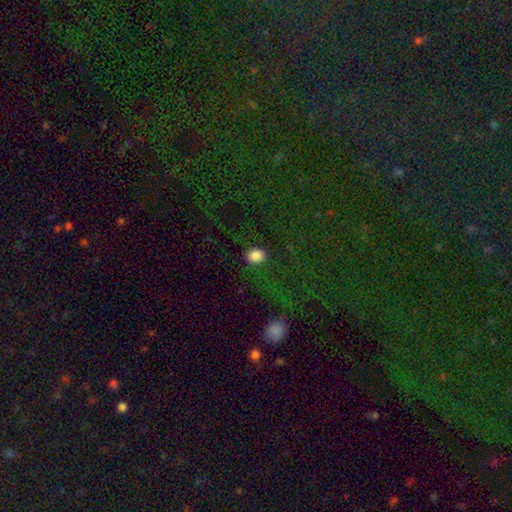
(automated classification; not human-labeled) Smooth or featured? Predicted: smooth (p=0.86). How rounded? Predicted: in between (p=0.56). Merging? Predicted: none (p=0.87).